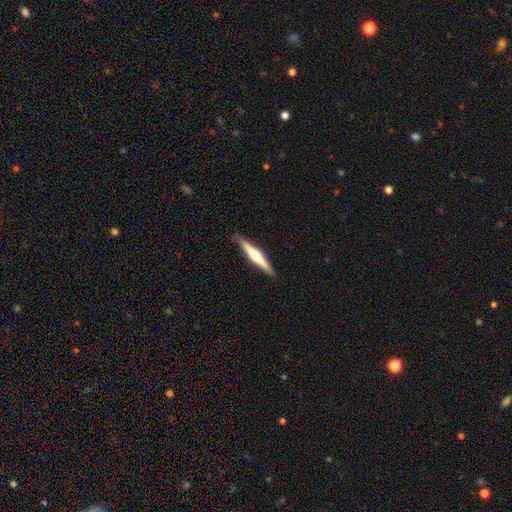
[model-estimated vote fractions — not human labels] smooth_or_featured: featured or disk (p=0.60) [alt: smooth p=0.35]
disk_edge_on: yes (p=0.97) [alt: no p=0.03]
edge_on_bulge: rounded (p=0.76) [alt: none p=0.12]
merging: none (p=0.90) [alt: minor disturbance p=0.08]